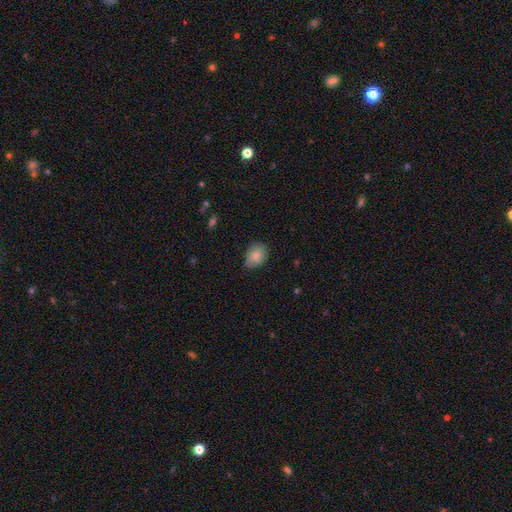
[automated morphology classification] Smooth or featured?
  - smooth: 81% *
  - featured or disk: 12%
  - star or artifact: 8%
How rounded?
  - in between: 72% *
  - round: 26%
  - cigar-shaped: 1%
Merging?
  - none: 69% *
  - minor disturbance: 26%
  - major disturbance: 4%
  - merger: 1%